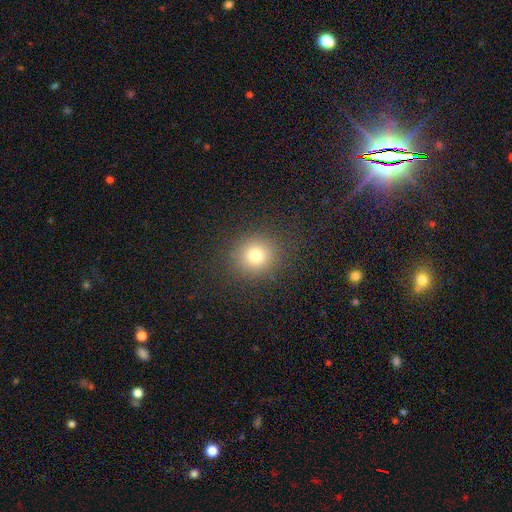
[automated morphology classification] Smooth or featured?
  - smooth: 75% *
  - star or artifact: 16%
  - featured or disk: 9%
How rounded?
  - round: 90% *
  - in between: 9%
  - cigar-shaped: 1%
Merging?
  - none: 88% *
  - minor disturbance: 7%
  - major disturbance: 4%
  - merger: 1%